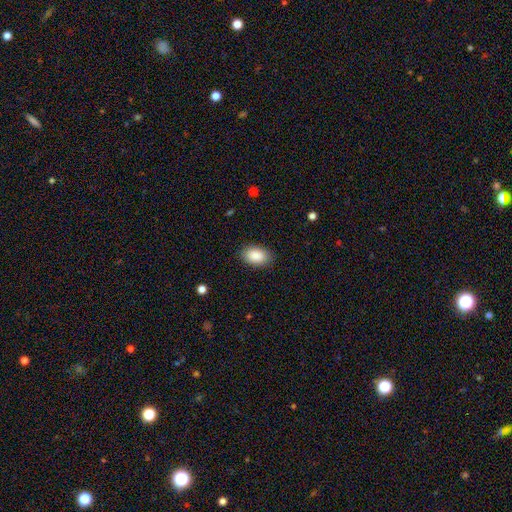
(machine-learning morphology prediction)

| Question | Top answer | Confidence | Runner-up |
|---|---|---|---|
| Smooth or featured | smooth | 90% | star or artifact (6%) |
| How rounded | in between | 92% | round (7%) |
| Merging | none | 88% | minor disturbance (9%) |